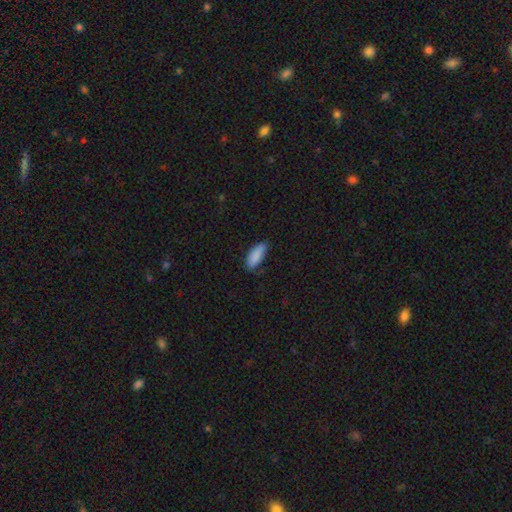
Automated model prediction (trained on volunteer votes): Morphology: type=smooth (88%); roundness=in between (73%); merging=none (69%).